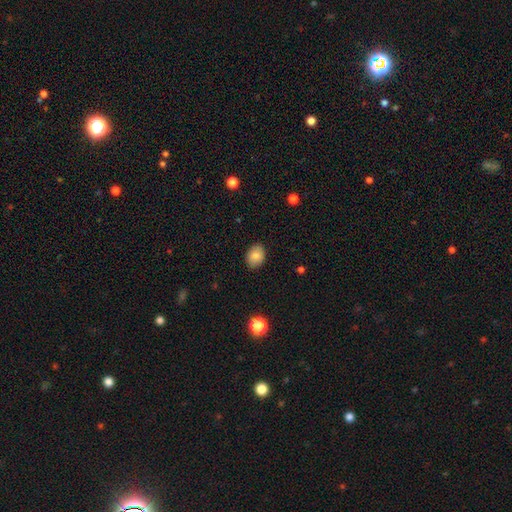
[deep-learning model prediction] The model was most divided on "how rounded": in between: 69%, round: 30%, cigar-shaped: 1%. More confident: merging — none (87%); smooth or featured — smooth (83%).